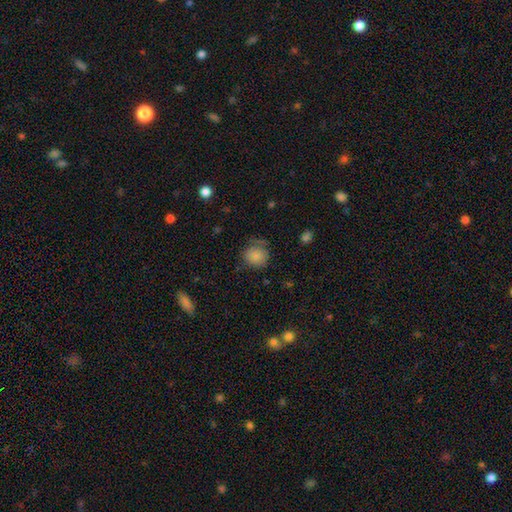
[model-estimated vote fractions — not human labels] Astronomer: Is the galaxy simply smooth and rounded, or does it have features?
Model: smooth — 81%.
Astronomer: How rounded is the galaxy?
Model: round — 85%.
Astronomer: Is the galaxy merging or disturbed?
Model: none — 63%.